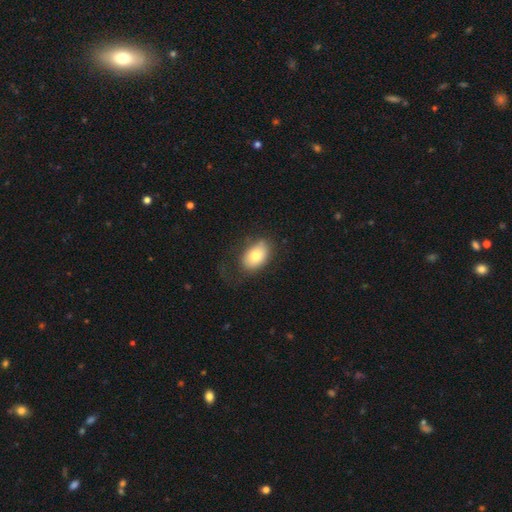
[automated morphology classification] A smooth galaxy with no disk features (76%) that is in between round and cigar-shaped (86%).

Vote fractions:
- Smooth or featured? smooth: 76% / featured or disk: 17% / star or artifact: 7%
- How rounded? in between: 86% / round: 13% / cigar-shaped: 1%
- Merging? none: 63% / minor disturbance: 22% / major disturbance: 13% / merger: 2%